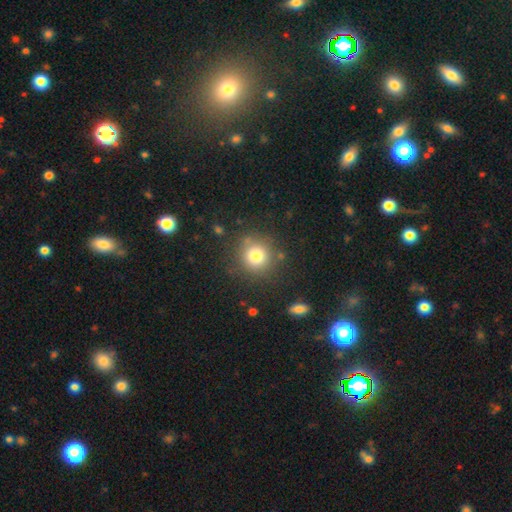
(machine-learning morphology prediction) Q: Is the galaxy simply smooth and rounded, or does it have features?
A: smooth — 79%.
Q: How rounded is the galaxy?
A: round — 91%.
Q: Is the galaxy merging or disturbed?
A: none — 83%.